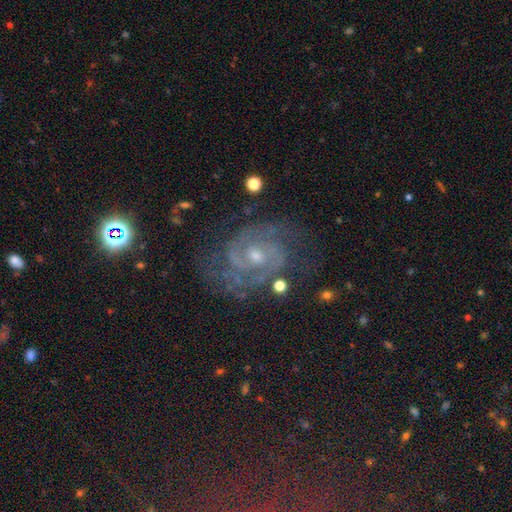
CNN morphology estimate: Overall: featured or disk (80%). Edge-on disk: no (98%). Bar: no (54%; weak 38%). Spiral arms: yes (97%). Spiral arm count: 2 (62%). Spiral winding: tight (51%; medium 41%). Bulge size: small (54%; moderate 41%). Merging: none (74%).